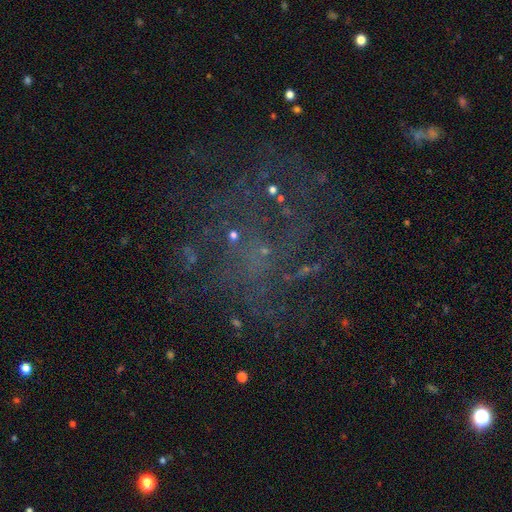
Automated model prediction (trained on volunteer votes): This is possibly a featured or disk galaxy (55%). It is clearly not viewed edge-on (97%). Bar: clearly no (86%). Spiral arm pattern: possibly no (56%). Central bulge: possibly small (47%). Merging: possibly none (57%).